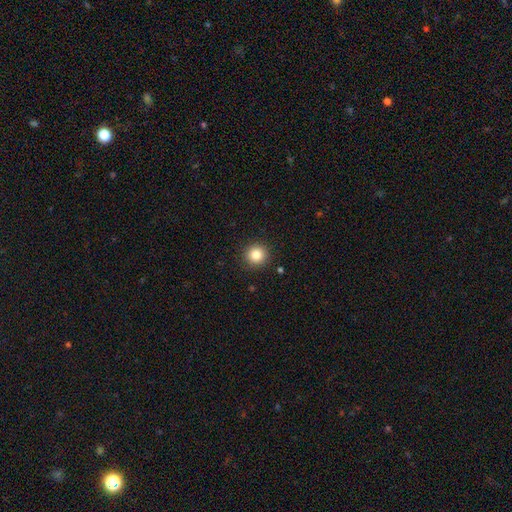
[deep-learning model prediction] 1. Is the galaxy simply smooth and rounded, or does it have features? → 84% smooth, 11% star or artifact, 5% featured or disk.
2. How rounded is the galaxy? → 95% round, 4% in between, 1% cigar-shaped.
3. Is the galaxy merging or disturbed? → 91% none, 6% minor disturbance, 2% major disturbance, 1% merger.